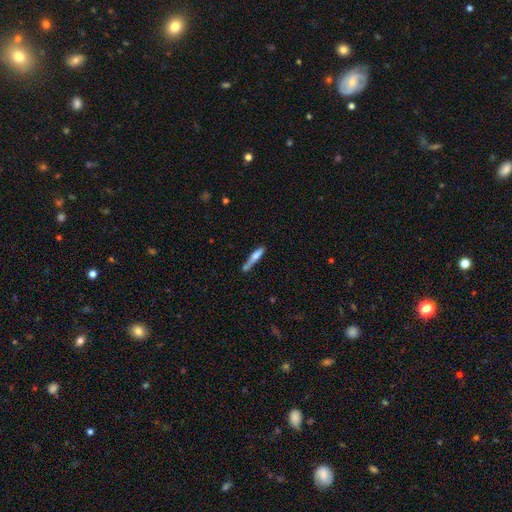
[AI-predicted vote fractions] Smooth or featured: smooth — 59% (featured or disk — 35%)
How rounded: cigar-shaped — 89% (in between — 9%)
Merging: none — 56% (minor disturbance — 22%)